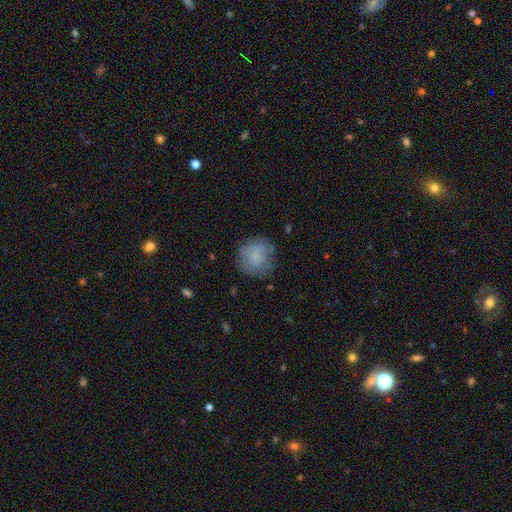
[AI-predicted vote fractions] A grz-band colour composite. It shows a smooth galaxy with no disk features (76%) that is round (82%). Merging: none (70%).